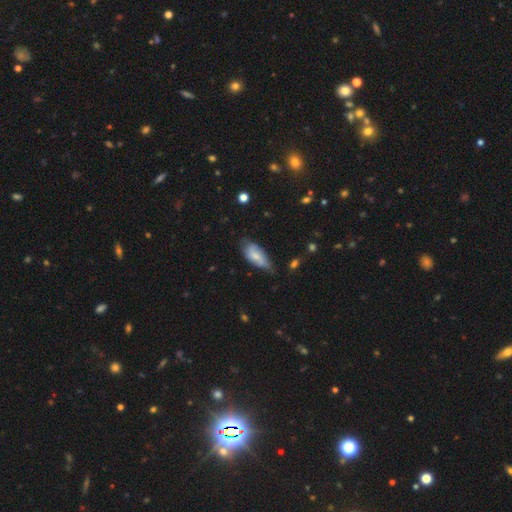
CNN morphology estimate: Overall: smooth (69%). How rounded: in between (86%). Merging: none (47%; minor disturbance 40%).